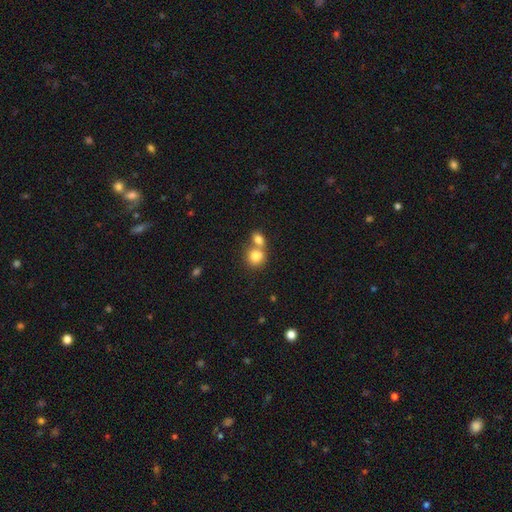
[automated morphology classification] This is clearly a smooth galaxy (81%). How rounded: likely round (73%). Merging: possibly merger (56%).